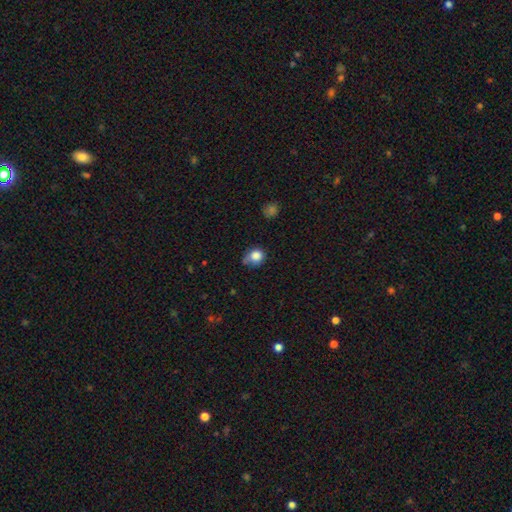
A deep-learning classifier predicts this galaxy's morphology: Q: Smooth or featured?
A: smooth (83%); runner-up: star or artifact (10%)
Q: How rounded?
A: round (73%); runner-up: in between (26%)
Q: Merging?
A: none (48%); runner-up: minor disturbance (36%)